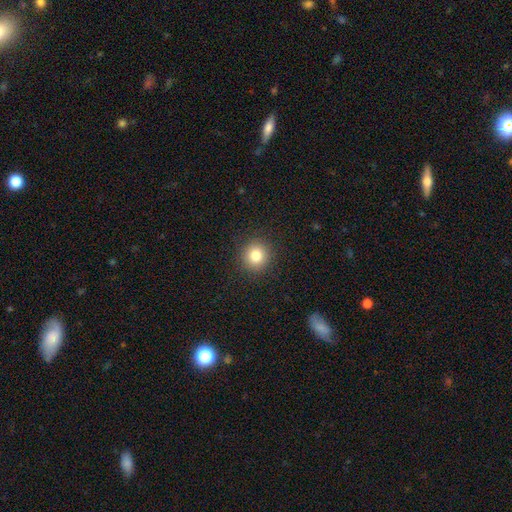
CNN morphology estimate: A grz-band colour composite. It shows a smooth galaxy with no disk features (81%) that is round (91%). Merging: none (91%).